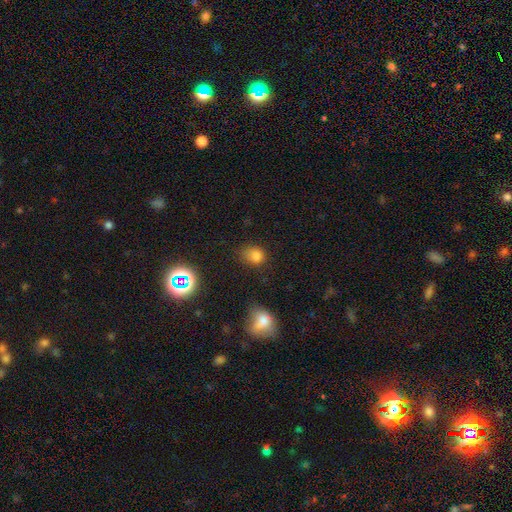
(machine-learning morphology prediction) The model was most divided on "how rounded": round: 51%, in between: 48%, cigar-shaped: 1%. More confident: smooth or featured — smooth (78%); merging — none (59%).